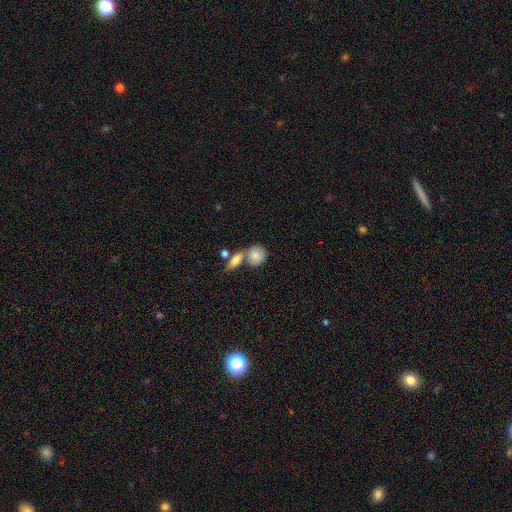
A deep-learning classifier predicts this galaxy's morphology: A smooth galaxy with no disk features (80%) that is round (66%). Merging: merger (43%).